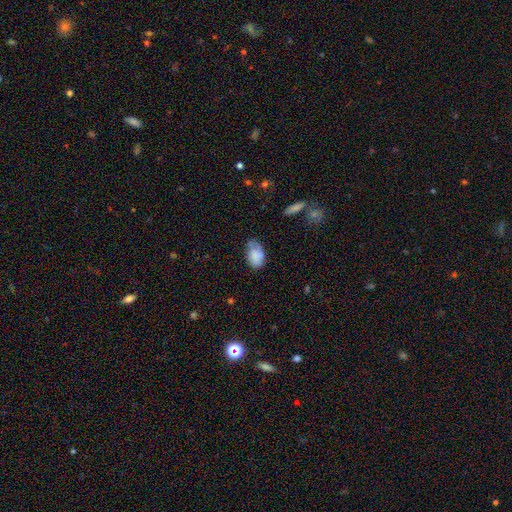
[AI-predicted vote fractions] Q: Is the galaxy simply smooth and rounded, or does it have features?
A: smooth — 78%.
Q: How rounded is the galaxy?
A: in between — 89%.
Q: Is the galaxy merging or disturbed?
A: none — 45%.